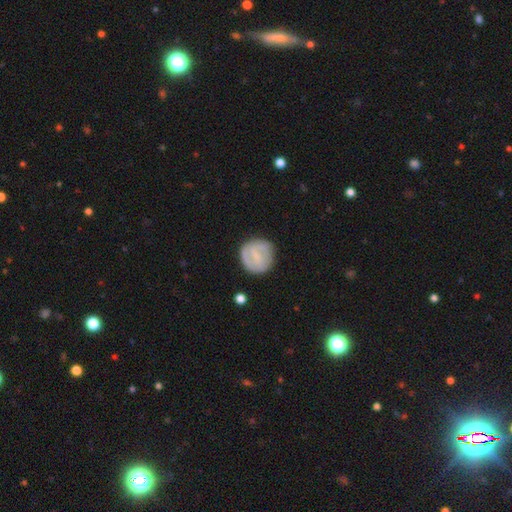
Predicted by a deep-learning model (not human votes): A featured or disk galaxy (54%) with a weak bar (49%), spiral arms (69%) and no central bulge (42%). Merging: none (76%).